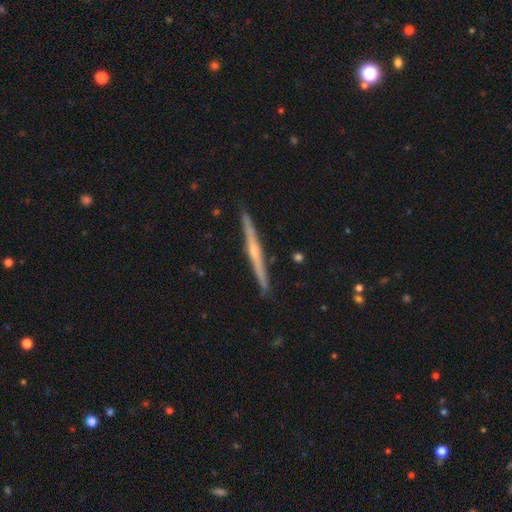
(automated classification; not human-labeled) Morphology: type=featured or disk (80%); edge-on=yes (98%); edge-on bulge=rounded (75%); merging=none (91%).